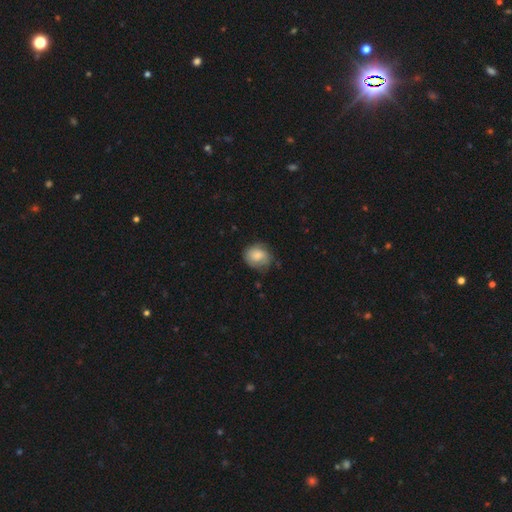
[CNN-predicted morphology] Overall: smooth (72%). How rounded: round (59%; in between 40%). Merging: none (58%; minor disturbance 30%).